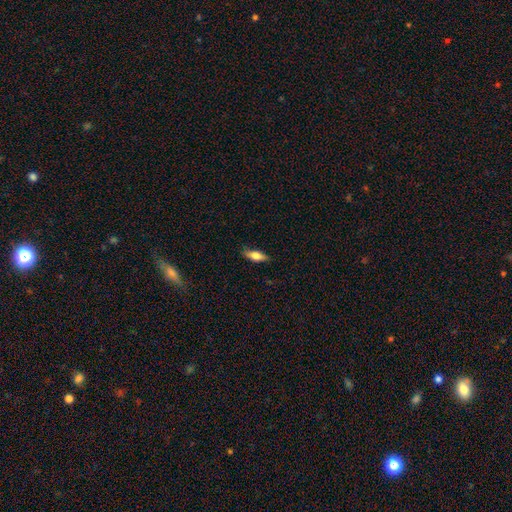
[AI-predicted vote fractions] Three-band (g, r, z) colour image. It shows a smooth galaxy with no disk features (66%) that is in between round and cigar-shaped (62%). Merging: none (83%).